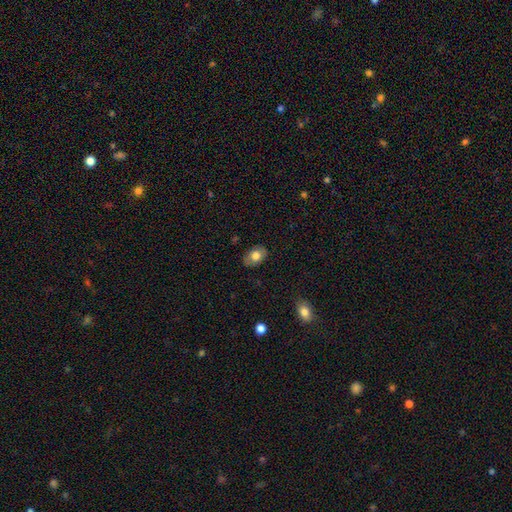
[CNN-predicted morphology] Smooth or featured? smooth (76%)
How rounded? in between (85%)
Merging? none (83%)